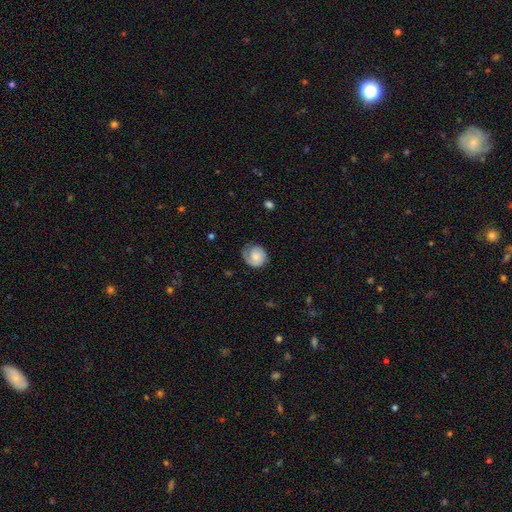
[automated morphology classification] Smooth or featured: featured or disk — 49% (smooth — 44%)
Merging: none — 64% (minor disturbance — 23%)